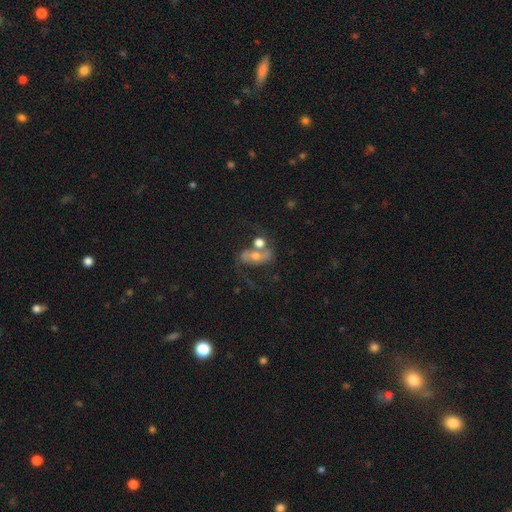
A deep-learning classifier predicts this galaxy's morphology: Smooth or featured? featured or disk (63%)
Edge-on disk? no (95%)
Bar? no (51%)
Spiral arms? yes (77%)
Bulge size? moderate (60%)
Merging? merger (42%)